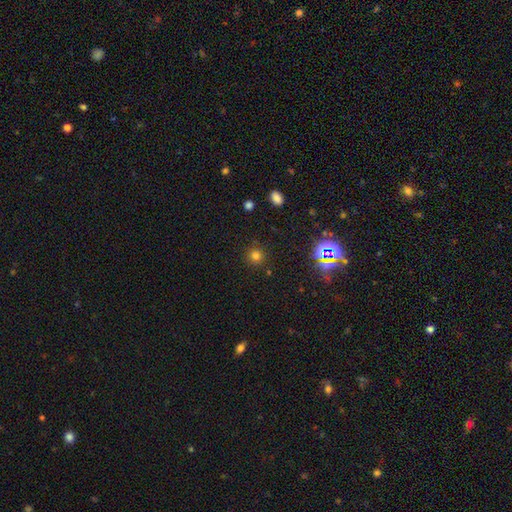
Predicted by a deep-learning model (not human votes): Smooth or featured? Predicted: smooth (p=0.73). How rounded? Predicted: round (p=0.93). Merging? Predicted: none (p=0.88).